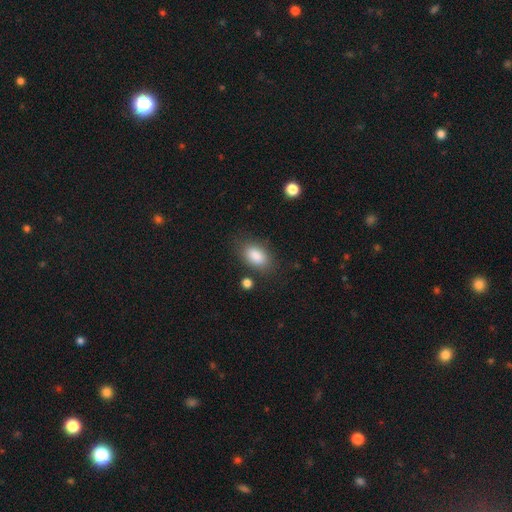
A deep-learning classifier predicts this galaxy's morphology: Smooth or featured? Predicted: smooth (p=0.87). How rounded? Predicted: in between (p=0.90). Merging? Predicted: none (p=0.79).